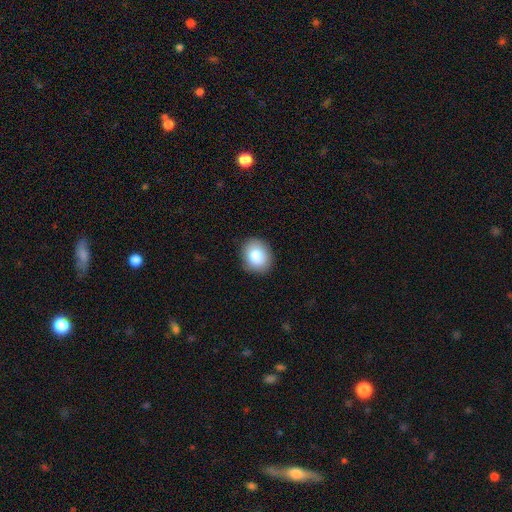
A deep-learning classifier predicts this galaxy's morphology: This is clearly a smooth galaxy (84%). How rounded: possibly in between (52%). Merging: clearly none (86%).